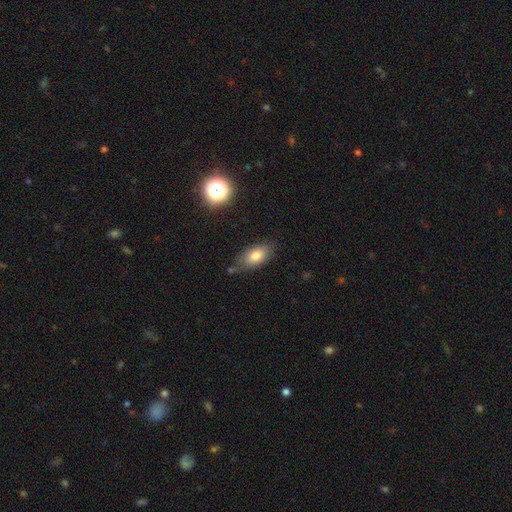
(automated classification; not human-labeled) Morphology: type=smooth (80%); roundness=in between (88%); merging=none (69%).